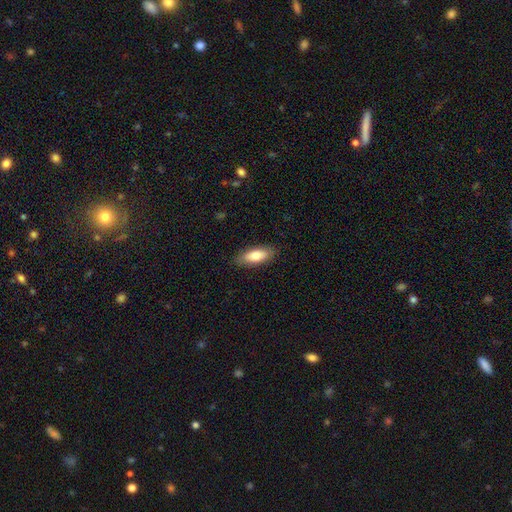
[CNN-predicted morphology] smooth_or_featured: smooth (p=0.77) [alt: featured or disk p=0.17]
how_rounded: in between (p=0.72) [alt: cigar-shaped p=0.26]
merging: none (p=0.87) [alt: minor disturbance p=0.10]